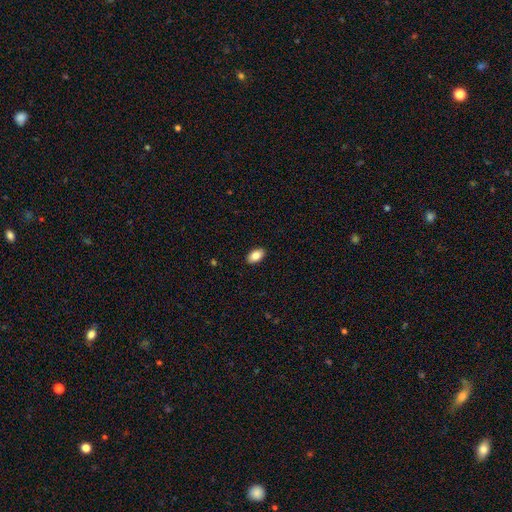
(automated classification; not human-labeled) Q: Smooth or featured?
A: smooth (85%); runner-up: featured or disk (8%)
Q: How rounded?
A: in between (93%); runner-up: round (5%)
Q: Merging?
A: none (90%); runner-up: minor disturbance (7%)